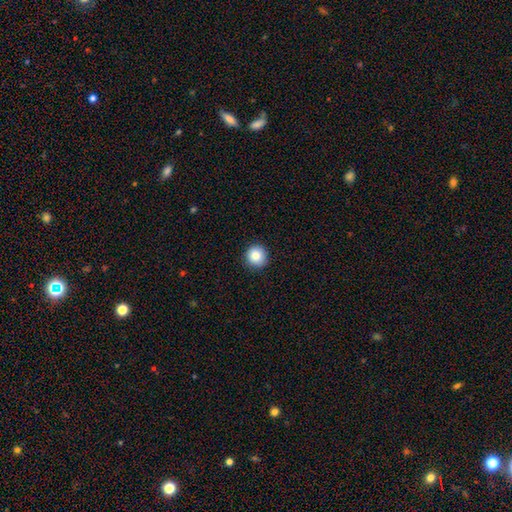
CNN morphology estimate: smooth-or-featured: smooth: 84% | star or artifact: 9% | featured or disk: 6%
  how-rounded: round: 95% | in between: 5% | cigar-shaped: 1%
  merging: none: 91% | minor disturbance: 6% | major disturbance: 2% | merger: 1%